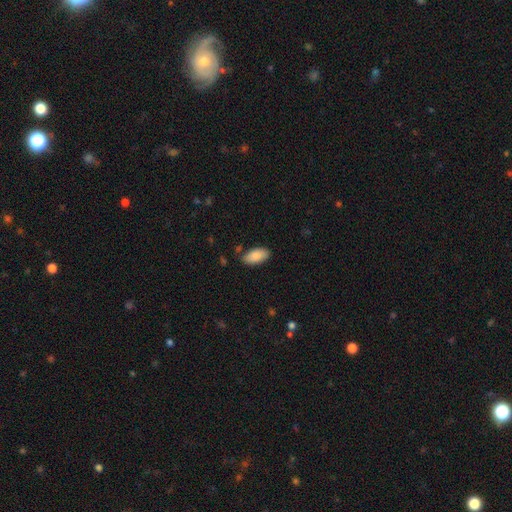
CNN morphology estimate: Overall: smooth (87%). How rounded: in between (93%). Merging: none (82%).